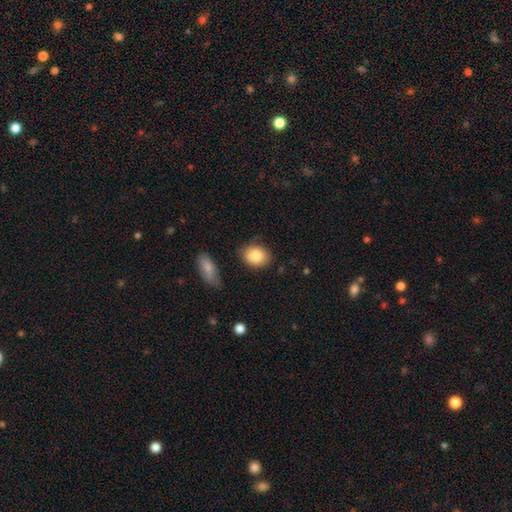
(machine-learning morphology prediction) This appears to be a smooth galaxy with no disk features (83%) that is in between round and cigar-shaped (56%). Merging: none (77%).